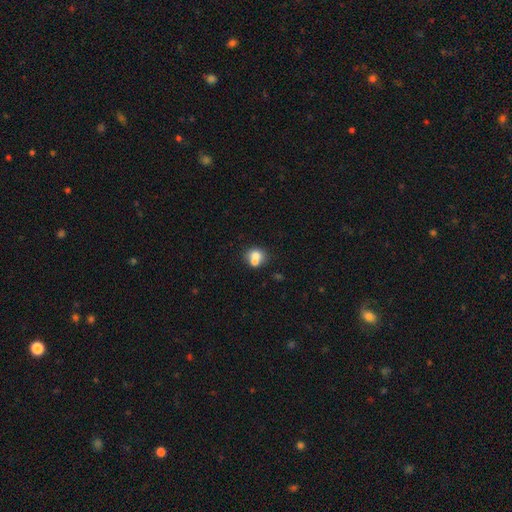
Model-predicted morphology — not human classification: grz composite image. It shows a smooth galaxy with no disk features (70%) that is round (70%). Merging: merger (54%).